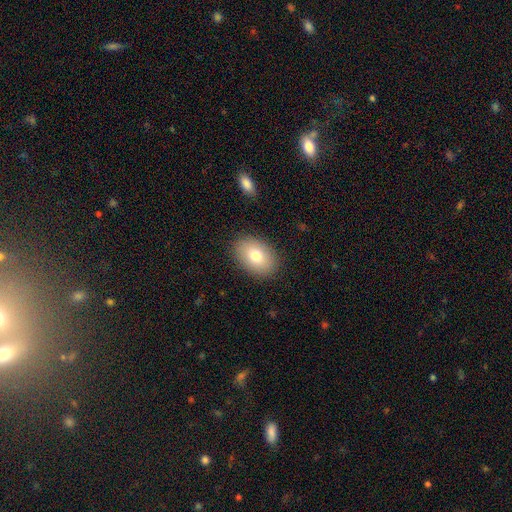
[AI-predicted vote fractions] Q: Smooth or featured?
A: smooth (78%); runner-up: featured or disk (14%)
Q: How rounded?
A: in between (84%); runner-up: round (15%)
Q: Merging?
A: none (87%); runner-up: minor disturbance (9%)